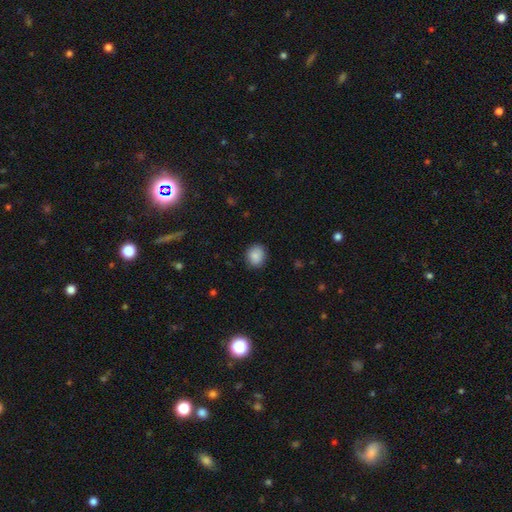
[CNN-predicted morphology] A smooth galaxy with no disk features (87%) that is round (68%).

Vote fractions:
- Smooth or featured? smooth: 87% / star or artifact: 8% / featured or disk: 5%
- How rounded? round: 68% / in between: 31% / cigar-shaped: 1%
- Merging? none: 86% / minor disturbance: 10% / major disturbance: 2% / merger: 1%